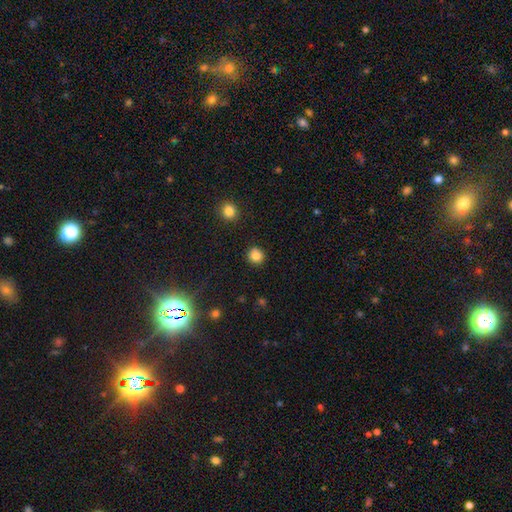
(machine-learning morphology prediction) Smooth or featured: smooth — 84% (star or artifact — 11%)
How rounded: round — 91% (in between — 9%)
Merging: none — 90% (minor disturbance — 6%)